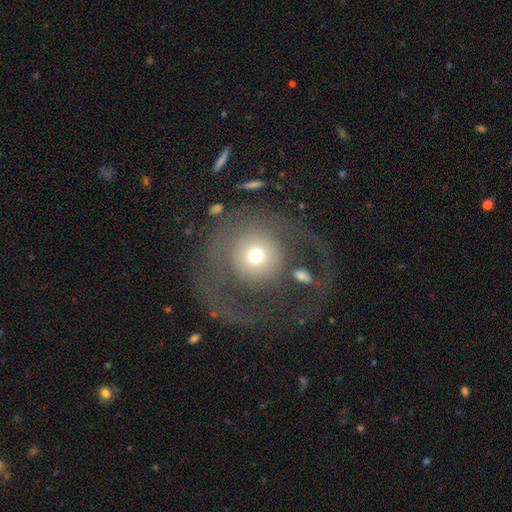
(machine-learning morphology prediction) Smooth or featured?
  - smooth: 52% *
  - featured or disk: 36%
  - star or artifact: 12%
How rounded?
  - round: 91% *
  - in between: 7%
  - cigar-shaped: 1%
Merging?
  - major disturbance: 42% *
  - none: 39%
  - minor disturbance: 12%
  - merger: 6%